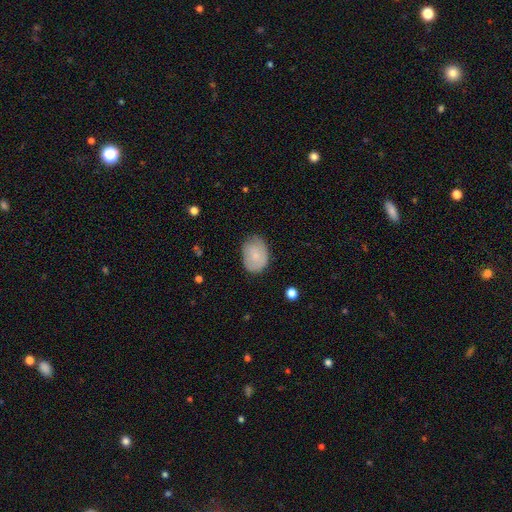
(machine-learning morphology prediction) smooth 72%, featured or disk 21%, star or artifact 7%. Down the decision tree: how rounded — in between (72%); merging — none (66%).